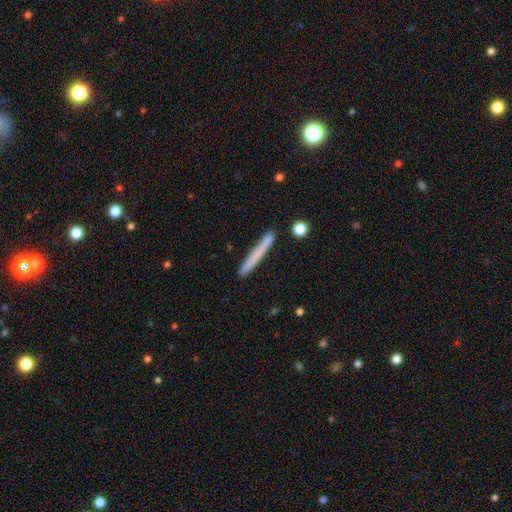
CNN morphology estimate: Overall: smooth (68%). How rounded: cigar-shaped (97%). Merging: none (86%).